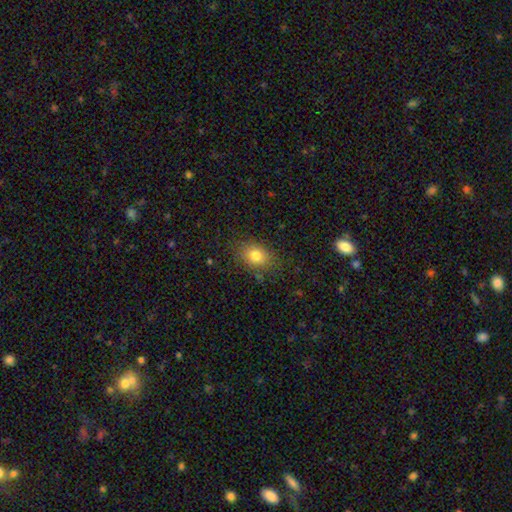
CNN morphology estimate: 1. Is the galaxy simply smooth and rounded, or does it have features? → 79% smooth, 11% star or artifact, 10% featured or disk.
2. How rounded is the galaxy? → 64% in between, 35% round, 1% cigar-shaped.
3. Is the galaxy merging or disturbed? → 78% none, 15% minor disturbance, 5% major disturbance, 2% merger.